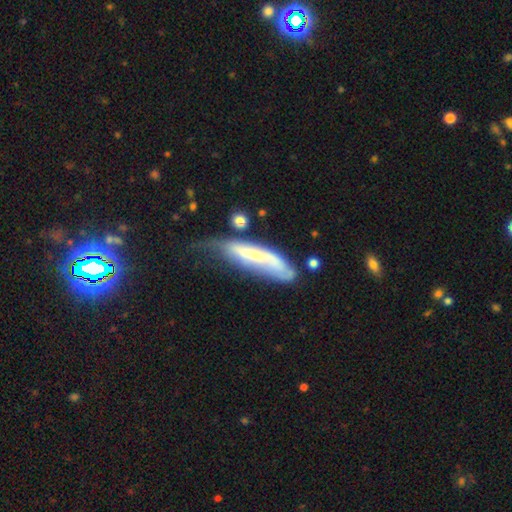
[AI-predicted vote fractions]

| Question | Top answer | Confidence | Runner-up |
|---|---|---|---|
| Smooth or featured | featured or disk | 48% | smooth (44%) |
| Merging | major disturbance | 32% | minor disturbance (31%) |